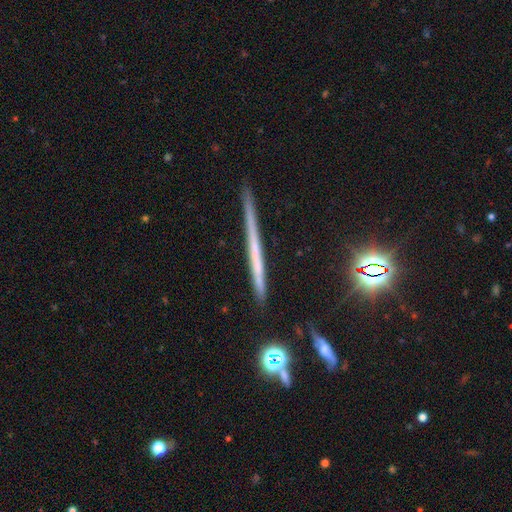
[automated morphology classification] type=featured or disk (53%); edge-on=yes (97%); edge-on bulge=none (89%); merging=none (87%).